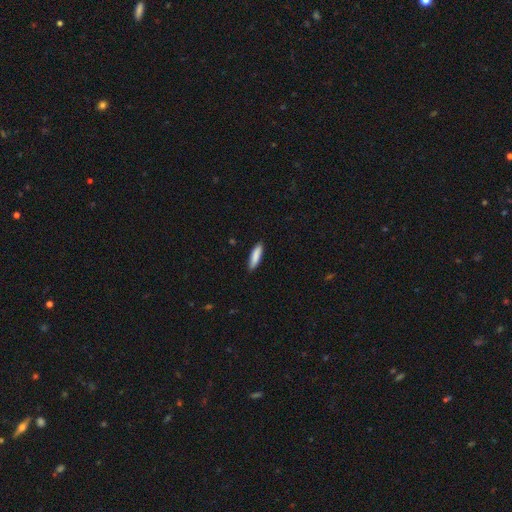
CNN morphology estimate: Q: Smooth or featured?
A: smooth (87%); runner-up: featured or disk (8%)
Q: How rounded?
A: cigar-shaped (70%); runner-up: in between (28%)
Q: Merging?
A: none (88%); runner-up: minor disturbance (9%)